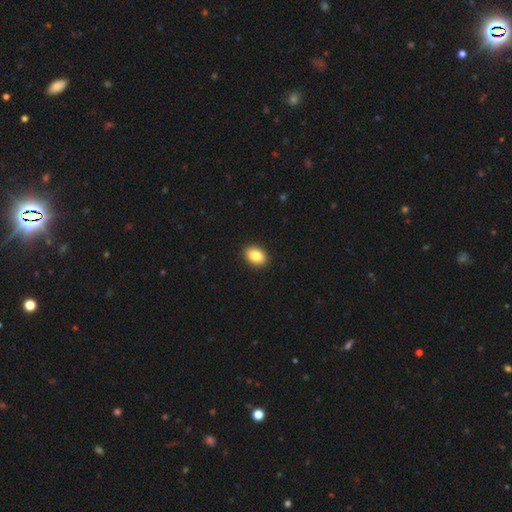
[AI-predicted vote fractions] Morphology: type=smooth (85%); roundness=in between (75%); merging=none (92%).